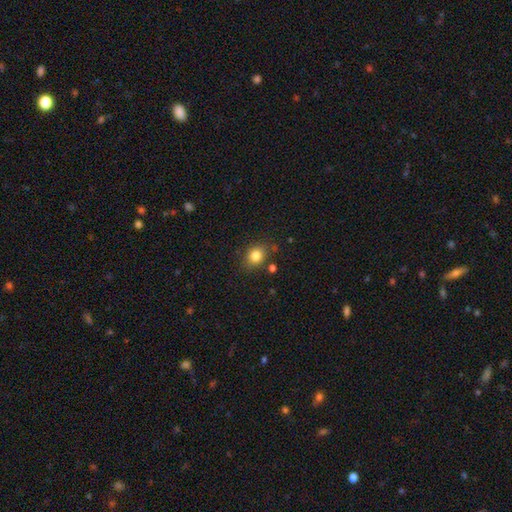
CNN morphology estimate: smooth-or-featured: smooth: 82% | star or artifact: 11% | featured or disk: 7%
  how-rounded: round: 62% | in between: 37% | cigar-shaped: 1%
  merging: none: 77% | minor disturbance: 14% | merger: 5% | major disturbance: 4%